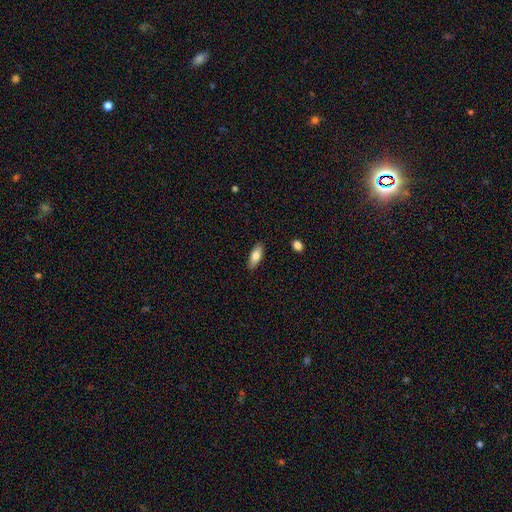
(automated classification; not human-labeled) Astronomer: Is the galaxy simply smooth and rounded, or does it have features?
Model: smooth — 80%.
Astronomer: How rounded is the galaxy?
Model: in between — 77%.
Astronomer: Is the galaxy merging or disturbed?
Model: none — 87%.